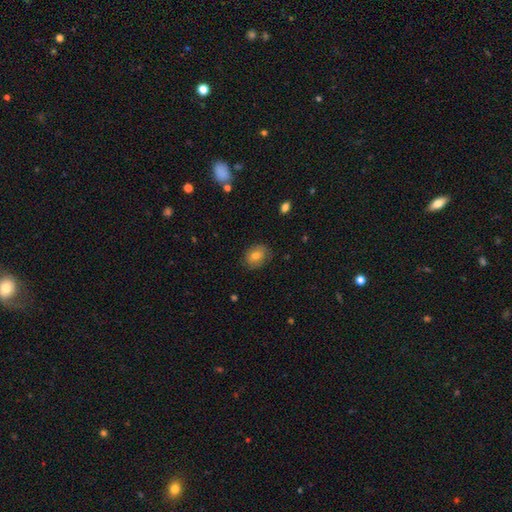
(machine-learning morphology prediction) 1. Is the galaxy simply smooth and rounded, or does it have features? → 76% smooth, 15% featured or disk, 9% star or artifact.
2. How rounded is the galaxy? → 53% in between, 46% round, 1% cigar-shaped.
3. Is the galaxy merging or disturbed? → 80% none, 16% minor disturbance, 3% major disturbance, 1% merger.